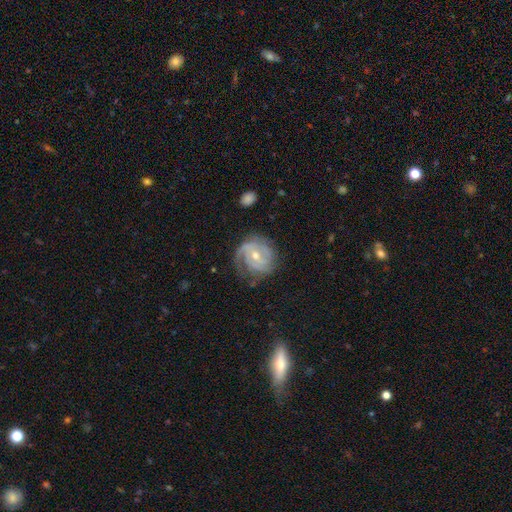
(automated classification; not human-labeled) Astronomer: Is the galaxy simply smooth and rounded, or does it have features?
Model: featured or disk — 87%.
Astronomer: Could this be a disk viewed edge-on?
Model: no — 98%.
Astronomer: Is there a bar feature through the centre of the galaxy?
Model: no — 48% (runner-up: weak, 40%).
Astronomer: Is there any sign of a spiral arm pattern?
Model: yes — 96%.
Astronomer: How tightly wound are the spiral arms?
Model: tight — 61%.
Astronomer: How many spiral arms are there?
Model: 2 — 34% (runner-up: 3, 30%).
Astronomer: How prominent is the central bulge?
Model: moderate — 53% (runner-up: small, 44%).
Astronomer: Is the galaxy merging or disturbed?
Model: none — 68%.